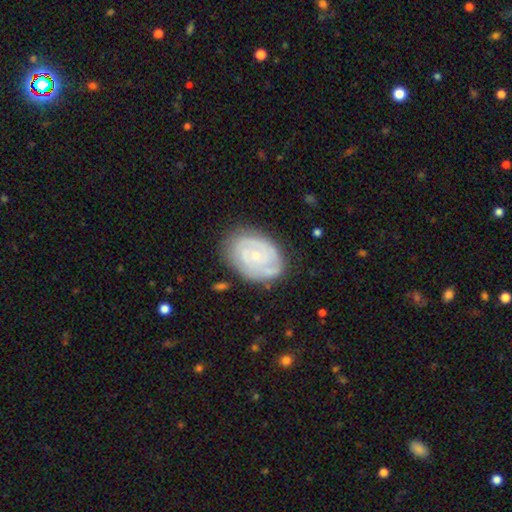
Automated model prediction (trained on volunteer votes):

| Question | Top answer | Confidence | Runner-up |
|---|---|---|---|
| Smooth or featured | featured or disk | 74% | smooth (20%) |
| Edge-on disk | no | 97% | yes (3%) |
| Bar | no | 76% | weak (20%) |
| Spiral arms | yes | 83% | no (17%) |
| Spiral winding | tight | 69% | medium (23%) |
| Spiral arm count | can't tell | 38% | 2 (35%) |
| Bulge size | small | 74% | moderate (22%) |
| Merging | none | 75% | minor disturbance (18%) |